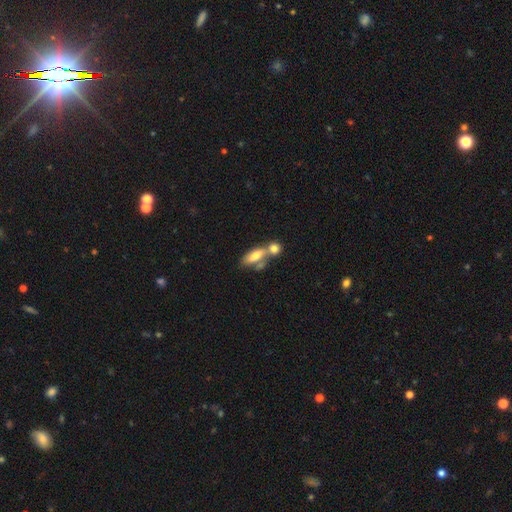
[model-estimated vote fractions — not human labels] smooth_or_featured: smooth (p=0.67) [alt: featured or disk p=0.25]
how_rounded: in between (p=0.70) [alt: cigar-shaped p=0.25]
merging: merger (p=0.52) [alt: none p=0.34]